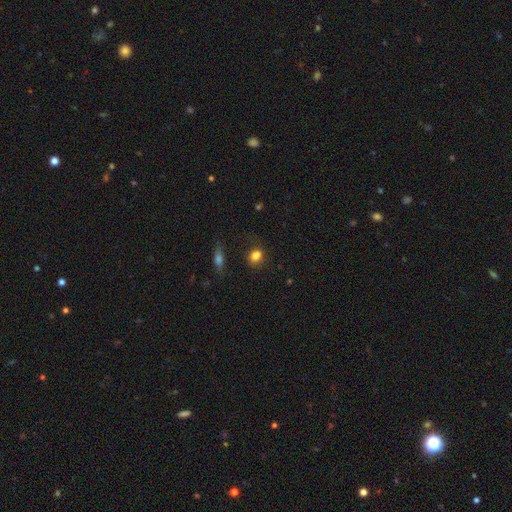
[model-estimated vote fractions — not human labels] A smooth galaxy with no disk features (83%) that is in between round and cigar-shaped (51%).

Vote fractions:
- Smooth or featured? smooth: 83% / star or artifact: 11% / featured or disk: 6%
- How rounded? in between: 51% / round: 47% / cigar-shaped: 2%
- Merging? none: 71% / minor disturbance: 18% / major disturbance: 7% / merger: 5%